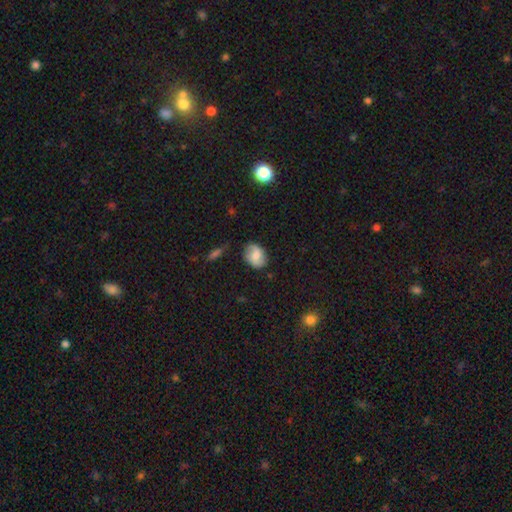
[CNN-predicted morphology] The model was most divided on "smooth or featured": smooth: 55%, featured or disk: 37%, star or artifact: 9%. More confident: merging — none (75%); how rounded — in between (65%).